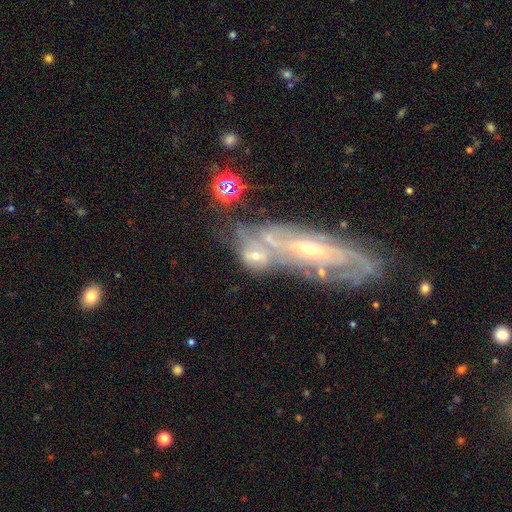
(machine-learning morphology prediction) featured or disk 50%, smooth 31%, star or artifact 19%. Down the decision tree: merging — merger (60%).